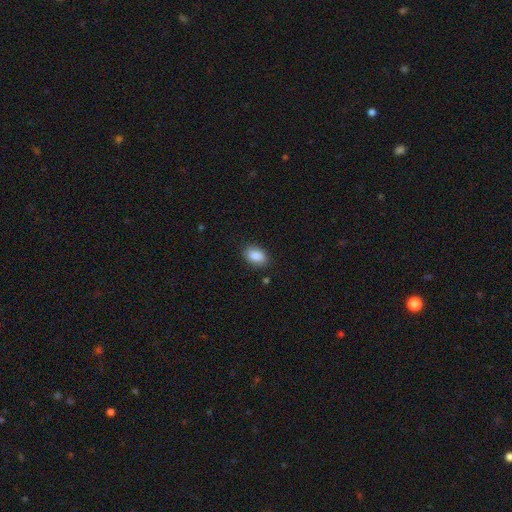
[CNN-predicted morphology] Smooth or featured? smooth (88%)
How rounded? in between (85%)
Merging? none (84%)